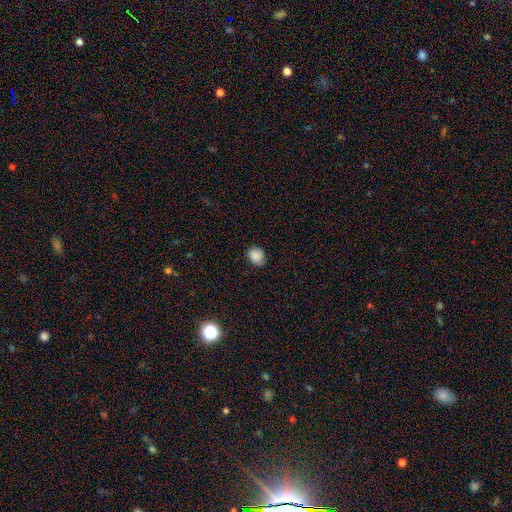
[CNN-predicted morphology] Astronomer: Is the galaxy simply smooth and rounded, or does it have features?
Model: smooth — 87%.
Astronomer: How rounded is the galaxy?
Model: round — 53% (runner-up: in between, 46%).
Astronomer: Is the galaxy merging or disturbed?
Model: none — 77%.